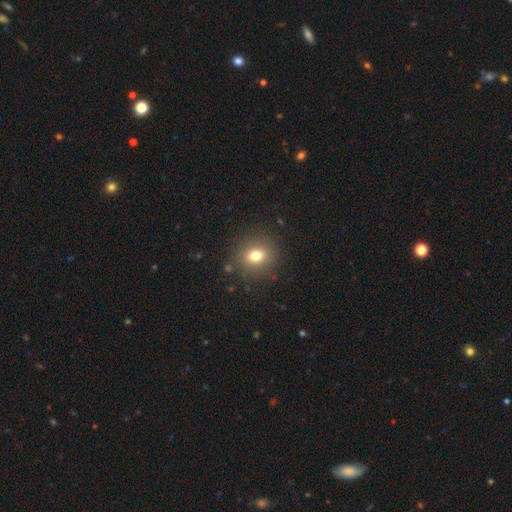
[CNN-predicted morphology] A smooth galaxy with no disk features (76%) that is round (74%).

Vote fractions:
- Smooth or featured? smooth: 76% / star or artifact: 13% / featured or disk: 11%
- How rounded? round: 74% / in between: 25% / cigar-shaped: 1%
- Merging? none: 86% / minor disturbance: 9% / major disturbance: 4% / merger: 2%